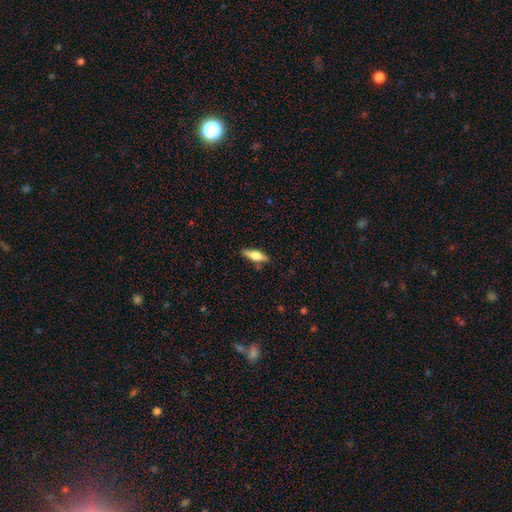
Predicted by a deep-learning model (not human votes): Q: Smooth or featured?
A: smooth (53%); runner-up: featured or disk (41%)
Q: How rounded?
A: in between (50%); runner-up: cigar-shaped (48%)
Q: Merging?
A: none (84%); runner-up: minor disturbance (12%)